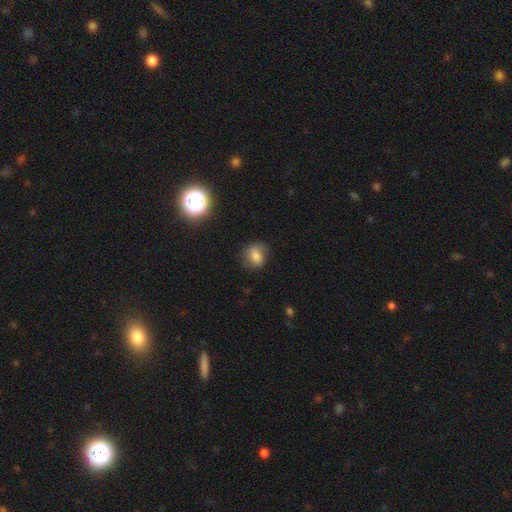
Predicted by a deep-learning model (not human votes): Morphology: type=smooth (72%); roundness=round (60%); merging=none (74%).